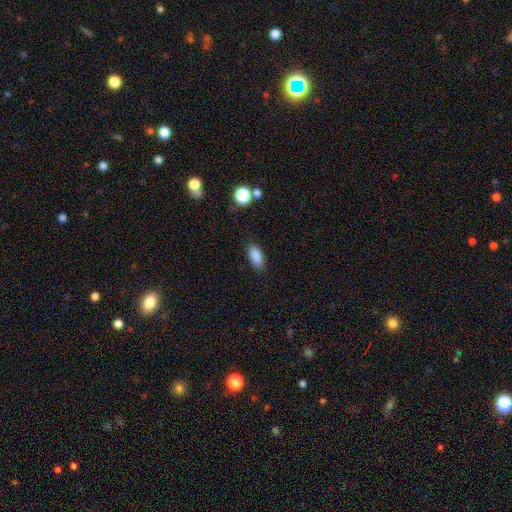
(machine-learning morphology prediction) smooth_or_featured: smooth (p=0.88) [alt: star or artifact p=0.09]
how_rounded: in between (p=0.84) [alt: cigar-shaped p=0.12]
merging: none (p=0.86) [alt: minor disturbance p=0.09]